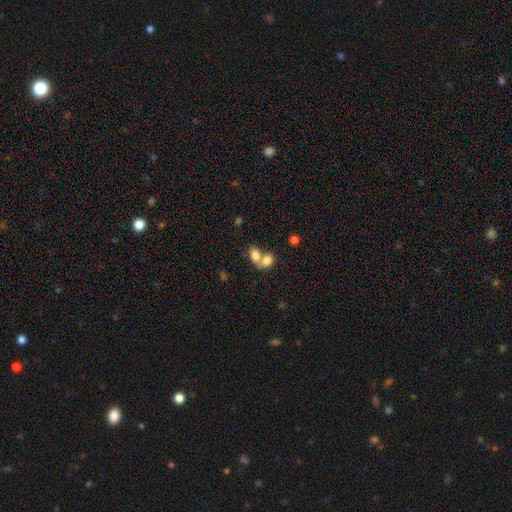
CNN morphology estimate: The model was most divided on "merging": merger: 66%, none: 23%, minor disturbance: 7%, major disturbance: 4%. More confident: smooth or featured — smooth (79%); how rounded — in between (76%).